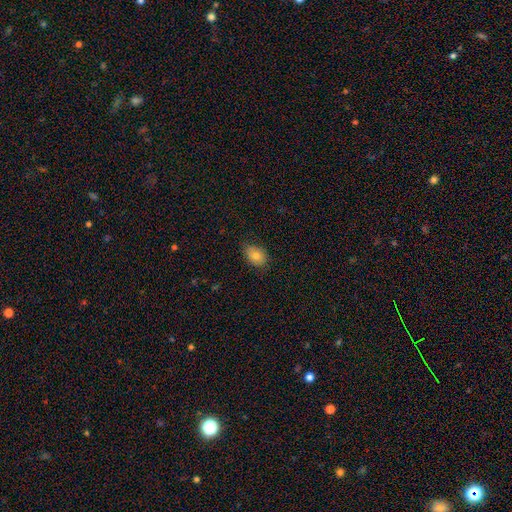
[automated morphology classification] Overall: smooth (79%). How rounded: in between (74%). Merging: none (78%).